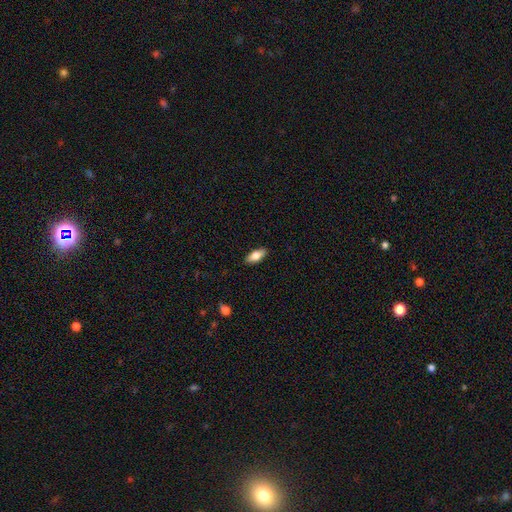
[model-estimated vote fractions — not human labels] smooth 73%, featured or disk 21%, star or artifact 6%. Down the decision tree: how rounded — in between (78%); merging — none (89%).